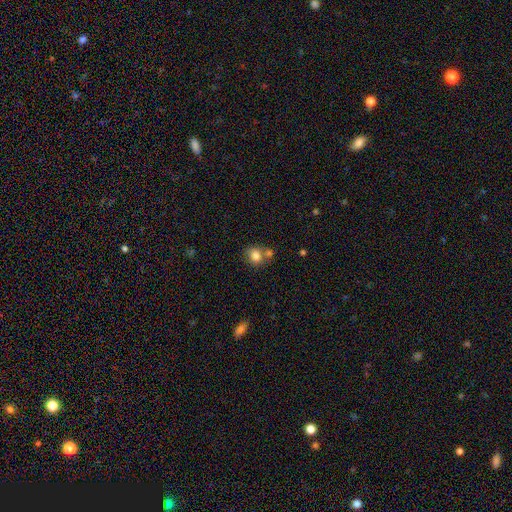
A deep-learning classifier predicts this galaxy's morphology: Smooth or featured?
  - smooth: 81% *
  - star or artifact: 10%
  - featured or disk: 9%
How rounded?
  - round: 70% *
  - in between: 29%
  - cigar-shaped: 1%
Merging?
  - none: 55% *
  - merger: 28%
  - minor disturbance: 12%
  - major disturbance: 4%